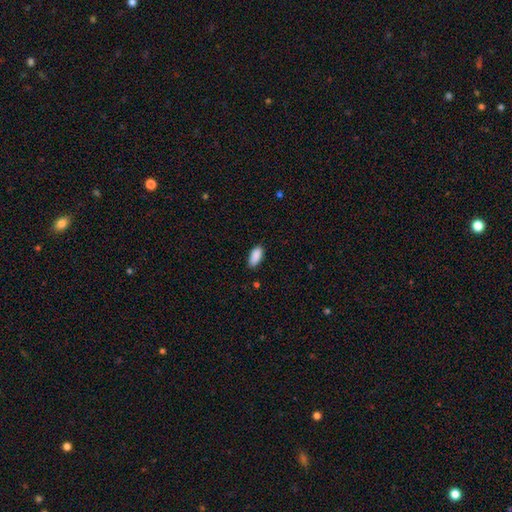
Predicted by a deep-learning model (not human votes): smooth_or_featured: smooth (p=0.90) [alt: star or artifact p=0.07]
how_rounded: in between (p=0.89) [alt: cigar-shaped p=0.09]
merging: none (p=0.83) [alt: minor disturbance p=0.14]